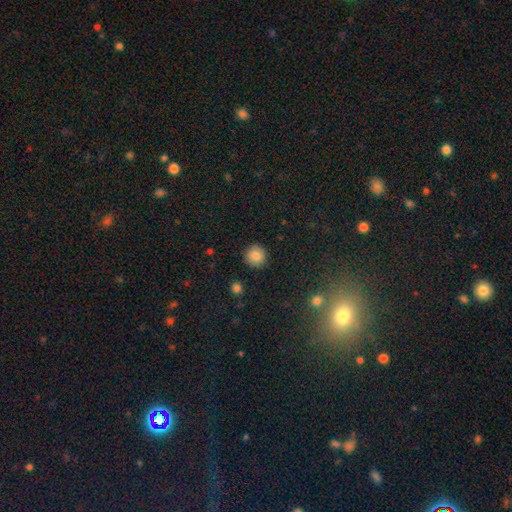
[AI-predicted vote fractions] The model was most divided on "smooth or featured": smooth: 85%, star or artifact: 9%, featured or disk: 5%. More confident: how rounded — round (94%); merging — none (91%).